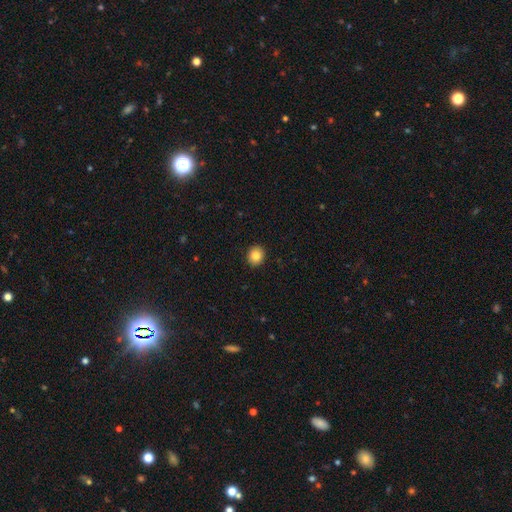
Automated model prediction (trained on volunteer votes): A smooth galaxy with no disk features (85%) that is round (71%).

Vote fractions:
- Smooth or featured? smooth: 85% / star or artifact: 9% / featured or disk: 6%
- How rounded? round: 71% / in between: 28% / cigar-shaped: 1%
- Merging? none: 91% / minor disturbance: 6% / major disturbance: 2% / merger: 1%